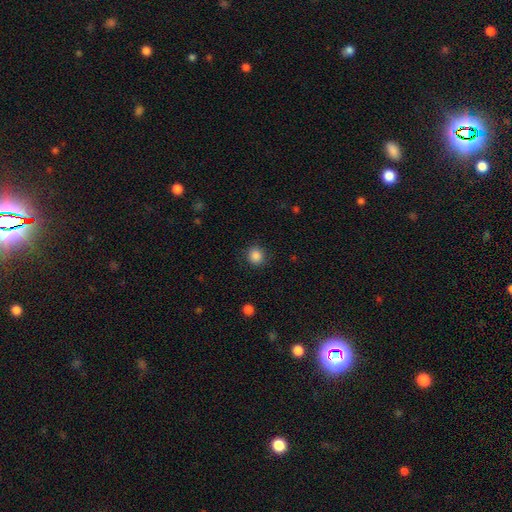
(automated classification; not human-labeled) The model was most divided on "smooth or featured": smooth: 86%, star or artifact: 10%, featured or disk: 3%. More confident: how rounded — round (89%); merging — none (88%).